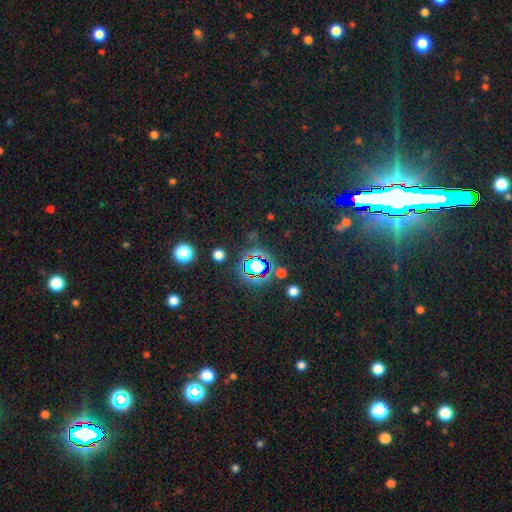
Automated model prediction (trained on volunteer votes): This is clearly a star or artifact rather than a galaxy (83%).